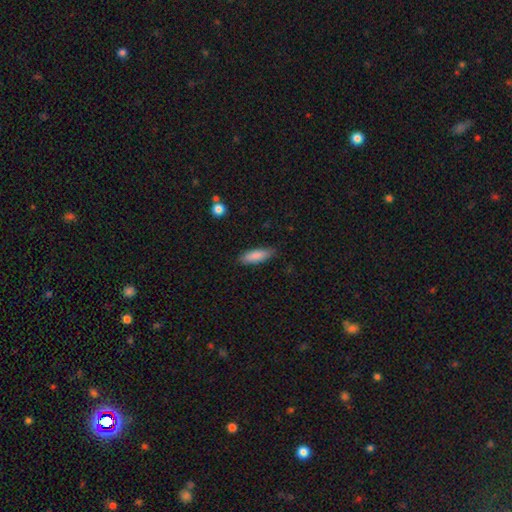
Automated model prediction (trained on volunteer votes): Smooth or featured: smooth — 85% (featured or disk — 9%)
How rounded: in between — 56% (cigar-shaped — 42%)
Merging: none — 83% (minor disturbance — 13%)